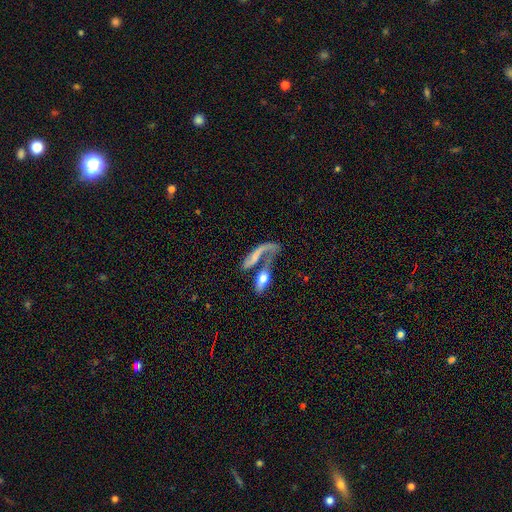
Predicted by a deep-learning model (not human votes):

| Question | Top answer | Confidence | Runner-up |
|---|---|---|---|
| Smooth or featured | featured or disk | 54% | smooth (38%) |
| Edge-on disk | no | 74% | yes (26%) |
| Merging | merger | 46% | none (22%) |